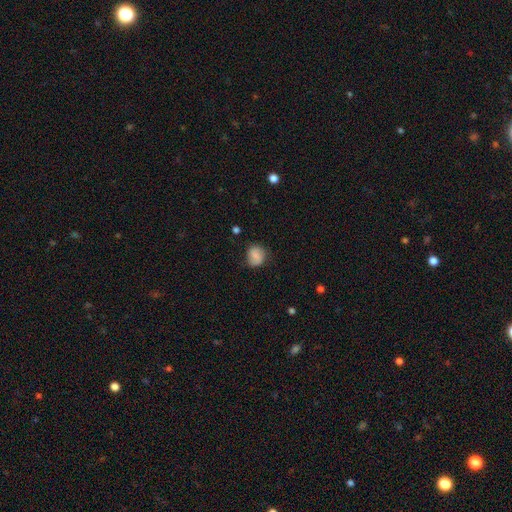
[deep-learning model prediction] The model was most divided on "how rounded": round: 69%, in between: 30%, cigar-shaped: 1%. More confident: merging — none (70%); smooth or featured — smooth (70%).